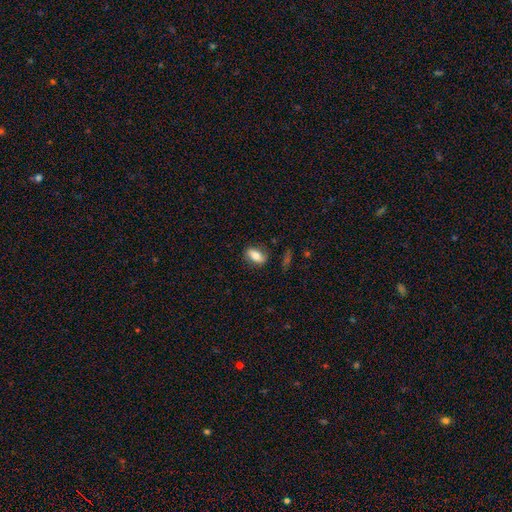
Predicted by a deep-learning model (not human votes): A smooth galaxy with no disk features (73%) that is in between round and cigar-shaped (85%).

Vote fractions:
- Smooth or featured? smooth: 73% / featured or disk: 20% / star or artifact: 7%
- How rounded? in between: 85% / cigar-shaped: 8% / round: 7%
- Merging? none: 79% / minor disturbance: 15% / major disturbance: 4% / merger: 2%